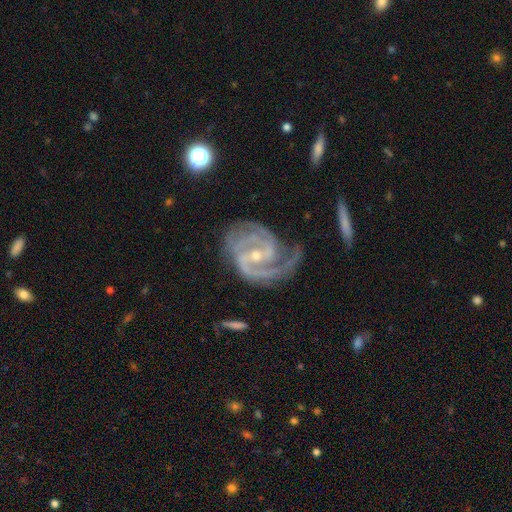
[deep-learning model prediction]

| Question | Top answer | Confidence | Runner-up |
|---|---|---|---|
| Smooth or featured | featured or disk | 93% | star or artifact (4%) |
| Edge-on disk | no | 98% | yes (2%) |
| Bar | weak | 43% | strong (29%) |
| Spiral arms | yes | 99% | no (1%) |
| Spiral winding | tight | 47% | medium (45%) |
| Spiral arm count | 2 | 47% | 3 (29%) |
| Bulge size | small | 65% | moderate (32%) |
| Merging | none | 61% | minor disturbance (23%) |